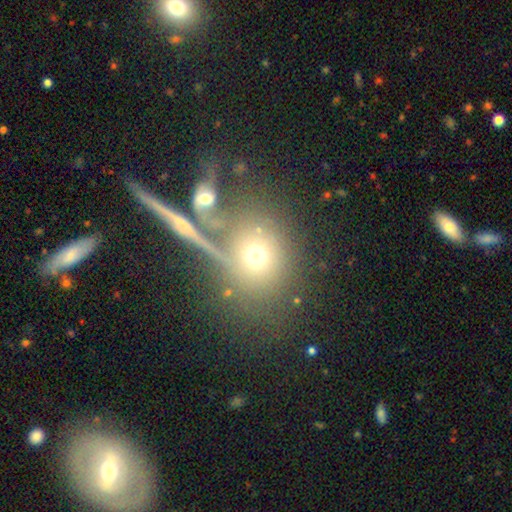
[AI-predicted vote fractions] Smooth or featured? Predicted: smooth (p=0.61). How rounded? Predicted: round (p=0.77). Merging? Predicted: none (p=0.55).